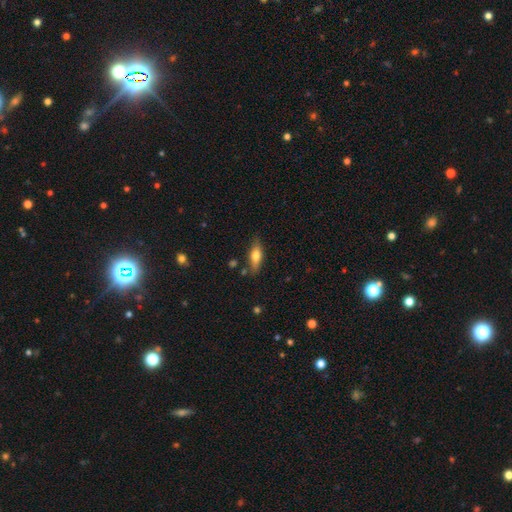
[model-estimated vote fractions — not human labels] This appears to be a smooth galaxy with no disk features (60%) that is in between round and cigar-shaped (56%). Merging: none (78%).